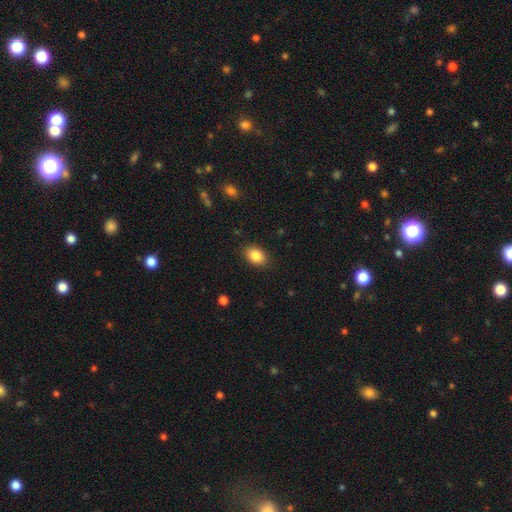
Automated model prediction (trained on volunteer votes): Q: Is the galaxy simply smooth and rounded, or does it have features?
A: smooth — 86%.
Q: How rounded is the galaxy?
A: in between — 83%.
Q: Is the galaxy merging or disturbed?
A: none — 88%.